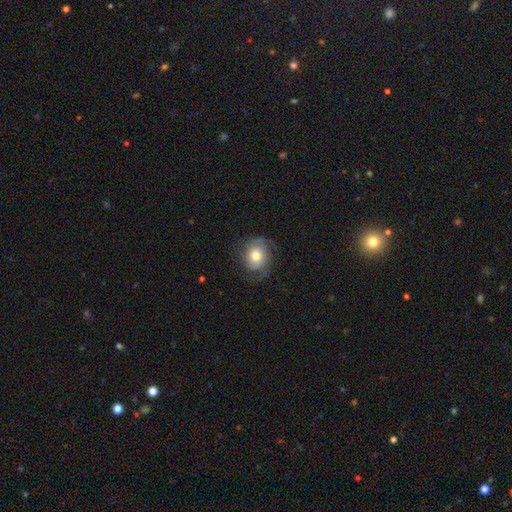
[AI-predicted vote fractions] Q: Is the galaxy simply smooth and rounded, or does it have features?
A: featured or disk — 57%.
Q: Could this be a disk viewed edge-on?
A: no — 97%.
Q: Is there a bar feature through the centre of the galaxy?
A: no — 80%.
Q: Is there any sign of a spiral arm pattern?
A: yes — 87%.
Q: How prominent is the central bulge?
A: moderate — 63%.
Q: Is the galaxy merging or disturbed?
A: none — 64%.